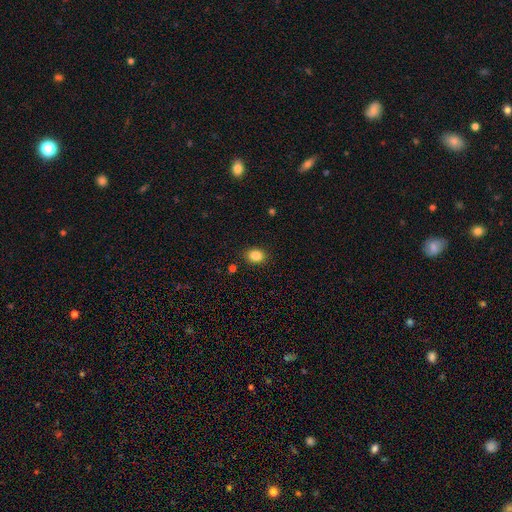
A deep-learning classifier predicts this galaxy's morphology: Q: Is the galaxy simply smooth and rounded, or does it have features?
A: smooth — 85%.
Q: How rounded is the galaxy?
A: in between — 52%.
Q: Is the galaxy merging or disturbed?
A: none — 88%.